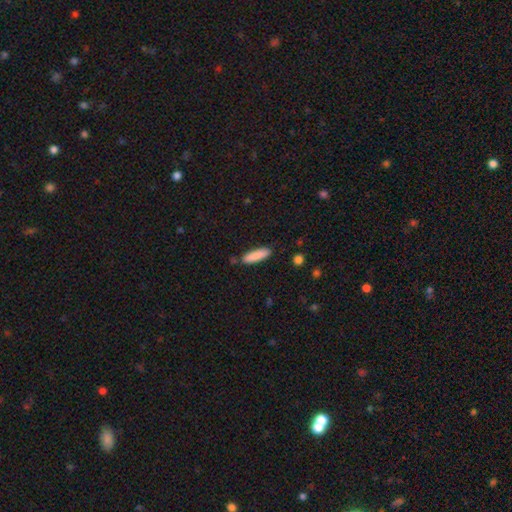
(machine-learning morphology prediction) This is clearly a smooth galaxy (87%). How rounded: likely cigar-shaped (69%). Merging: clearly none (84%).